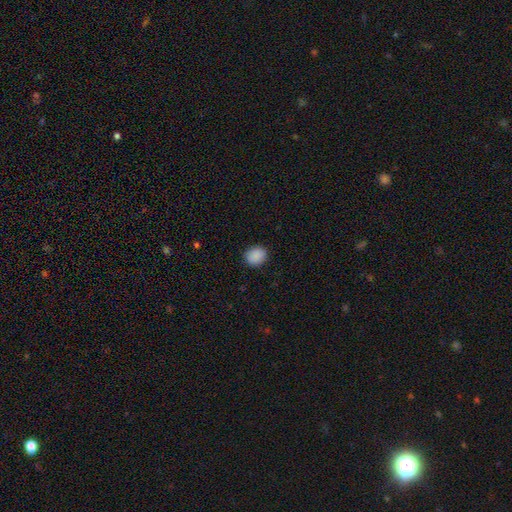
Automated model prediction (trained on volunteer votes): smooth_or_featured: smooth (p=0.89) [alt: star or artifact p=0.08]
how_rounded: round (p=0.62) [alt: in between p=0.37]
merging: none (p=0.88) [alt: minor disturbance p=0.09]